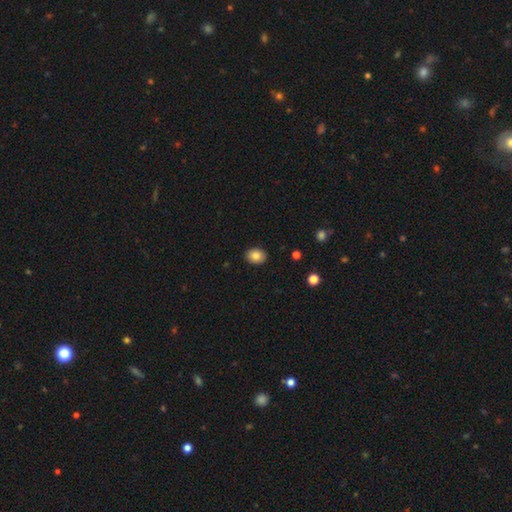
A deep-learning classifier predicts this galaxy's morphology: Smooth or featured? smooth (84%)
How rounded? in between (65%)
Merging? none (90%)